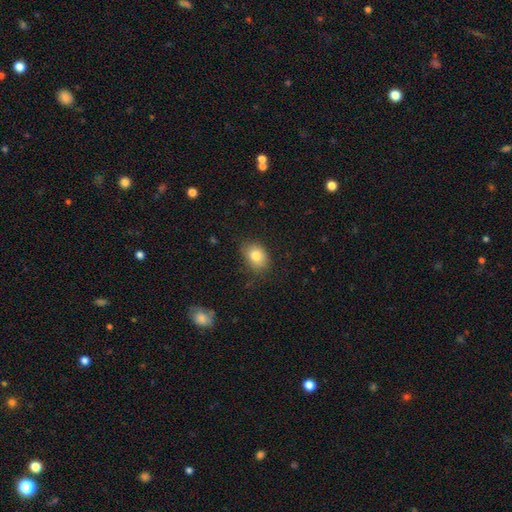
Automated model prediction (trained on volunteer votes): Morphology: type=smooth (81%); roundness=in between (67%); merging=none (77%).